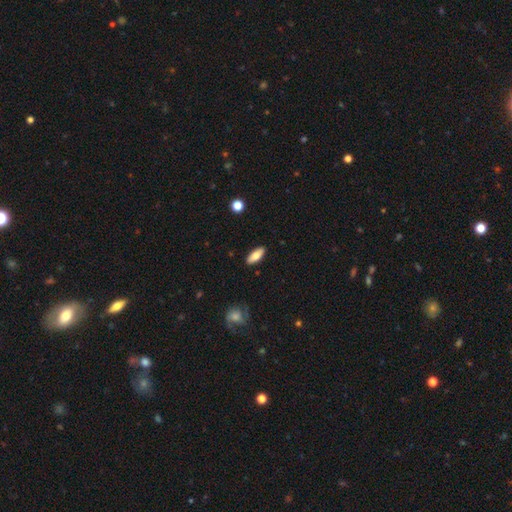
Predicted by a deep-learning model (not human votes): Q: Smooth or featured?
A: smooth (77%); runner-up: featured or disk (17%)
Q: How rounded?
A: in between (74%); runner-up: cigar-shaped (24%)
Q: Merging?
A: none (89%); runner-up: minor disturbance (8%)